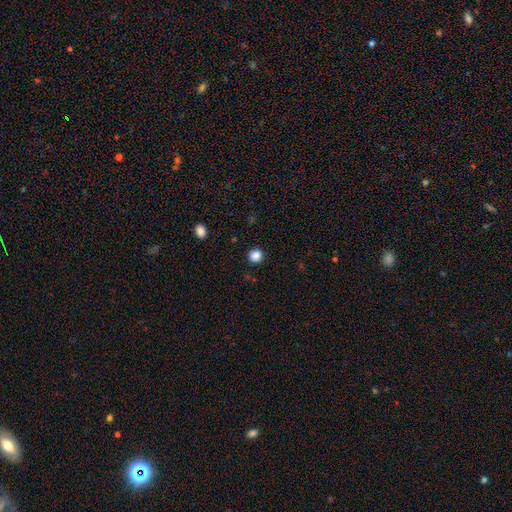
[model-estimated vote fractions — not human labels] Smooth or featured? Predicted: smooth (p=0.86). How rounded? Predicted: round (p=0.93). Merging? Predicted: none (p=0.92).